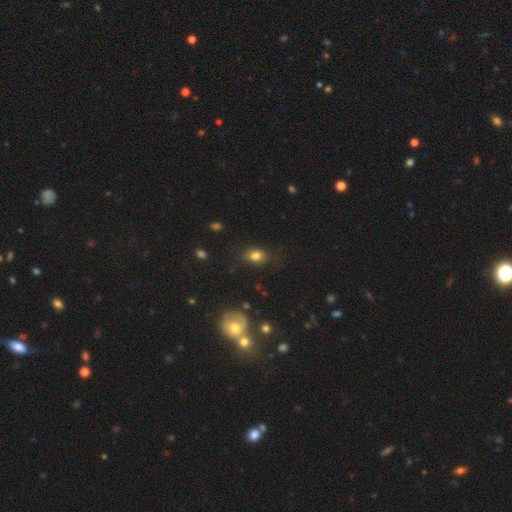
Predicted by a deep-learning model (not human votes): smooth 80%, star or artifact 12%, featured or disk 8%. Down the decision tree: how rounded — in between (70%); merging — none (77%).